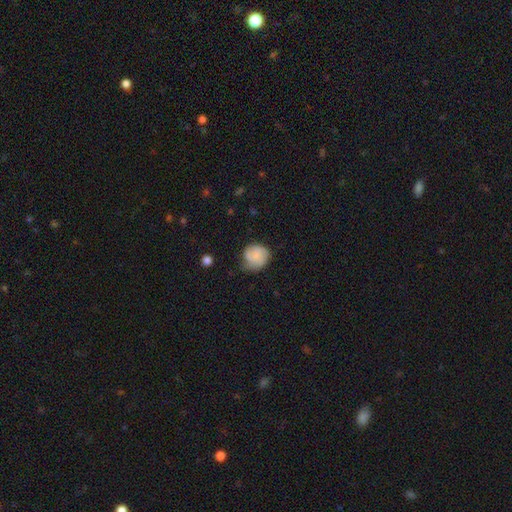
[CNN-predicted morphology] A smooth galaxy with no disk features (70%) that is round (78%). Merging: none (53%).